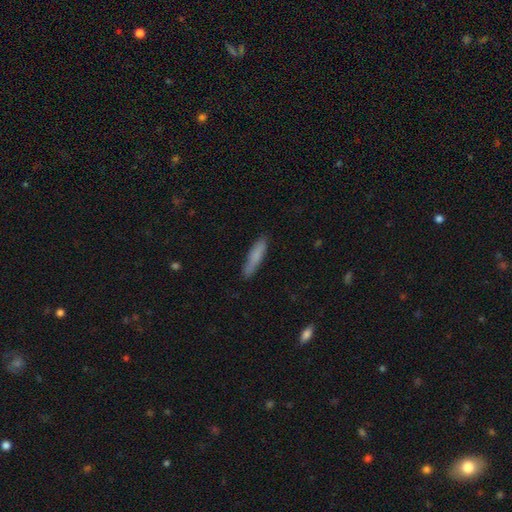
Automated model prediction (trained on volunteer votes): smooth-or-featured: smooth: 79% | featured or disk: 14% | star or artifact: 6%
  how-rounded: cigar-shaped: 86% | in between: 12% | round: 1%
  merging: none: 85% | minor disturbance: 12% | major disturbance: 2% | merger: 1%